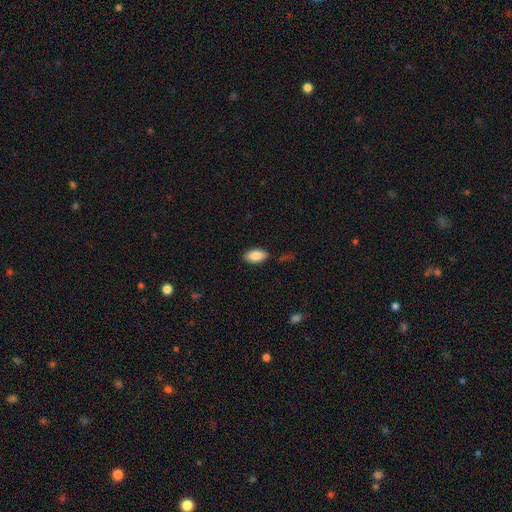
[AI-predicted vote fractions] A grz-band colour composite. It shows a smooth galaxy with no disk features (87%) that is in between round and cigar-shaped (94%). Merging: none (85%).